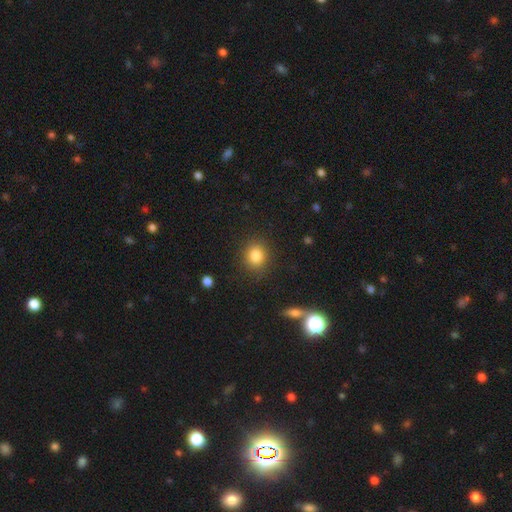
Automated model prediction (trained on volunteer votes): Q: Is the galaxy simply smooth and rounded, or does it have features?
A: smooth — 83%.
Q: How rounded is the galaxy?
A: round — 79%.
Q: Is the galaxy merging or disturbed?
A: none — 87%.